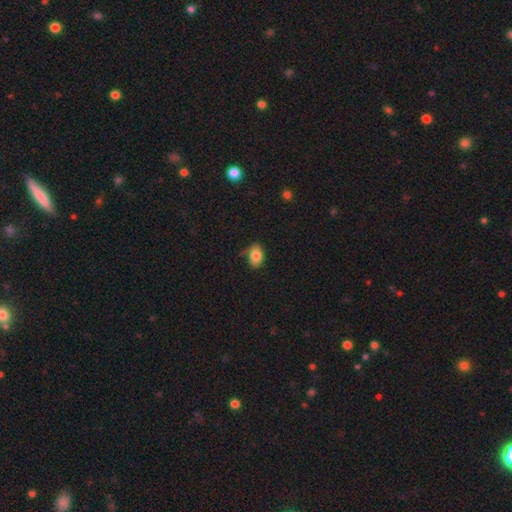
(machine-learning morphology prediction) Smooth or featured?
  - smooth: 82% *
  - featured or disk: 10%
  - star or artifact: 8%
How rounded?
  - in between: 85% *
  - round: 14%
  - cigar-shaped: 2%
Merging?
  - none: 63% *
  - minor disturbance: 27%
  - major disturbance: 8%
  - merger: 3%